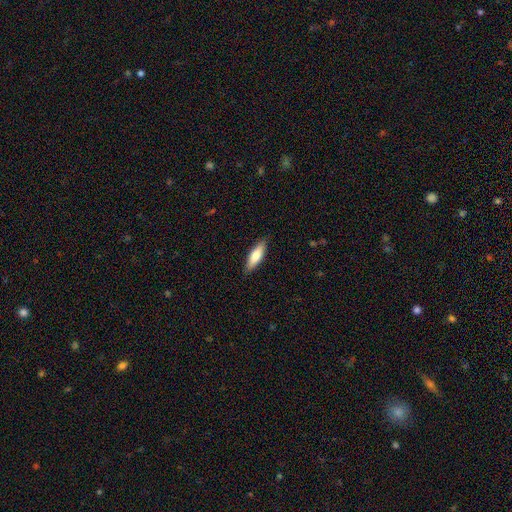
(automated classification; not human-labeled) This is likely a smooth galaxy (76%). How rounded: possibly in between (49%, tied with cigar-shaped). Merging: clearly none (87%).